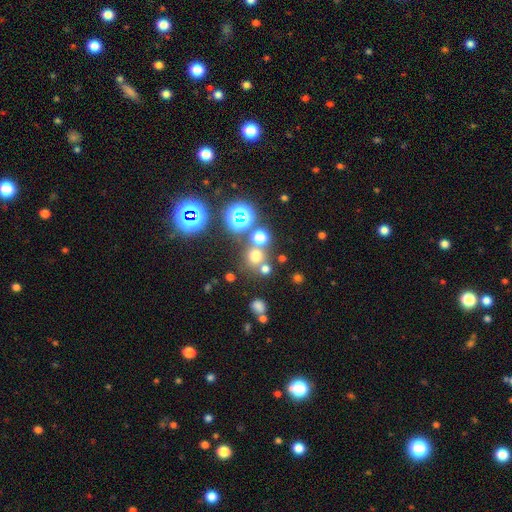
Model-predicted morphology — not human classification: The model was most divided on "smooth or featured": smooth: 61%, star or artifact: 30%, featured or disk: 9%. More confident: how rounded — round (90%); merging — none (68%).